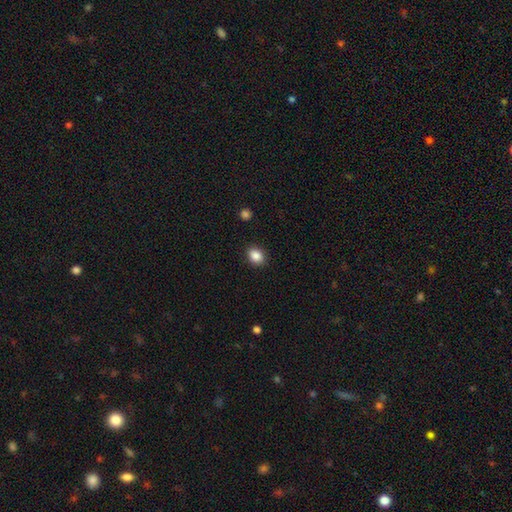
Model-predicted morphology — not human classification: Overall: smooth (87%). How rounded: in between (52%; round 47%). Merging: none (90%).